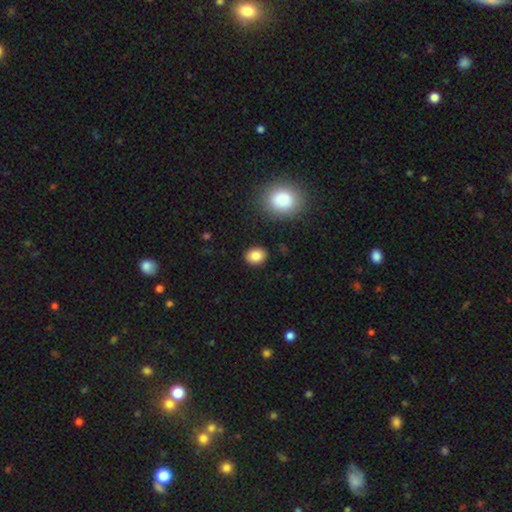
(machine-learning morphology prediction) smooth 85%, star or artifact 9%, featured or disk 6%. Down the decision tree: how rounded — in between (50%); merging — none (88%).